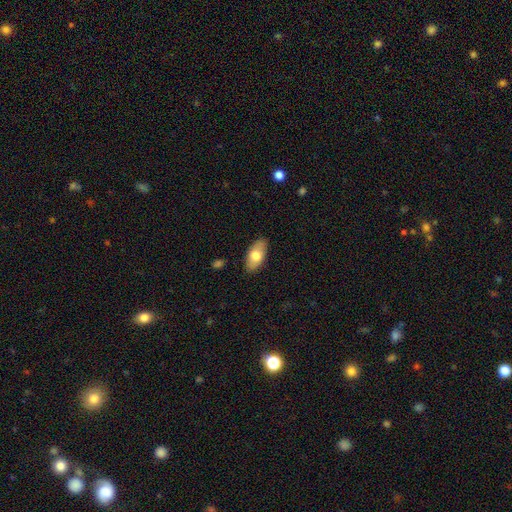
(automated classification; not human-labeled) Smooth or featured? smooth (72%)
How rounded? in between (92%)
Merging? none (87%)